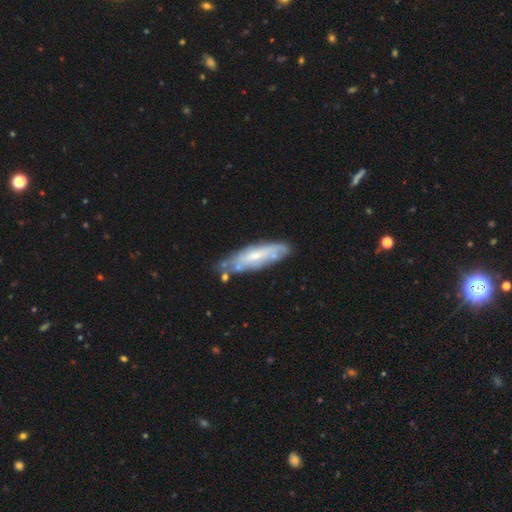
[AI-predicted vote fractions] featured or disk 60%, smooth 33%, star or artifact 7%. Down the decision tree: edge-on disk — no (64%); merging — none (66%).